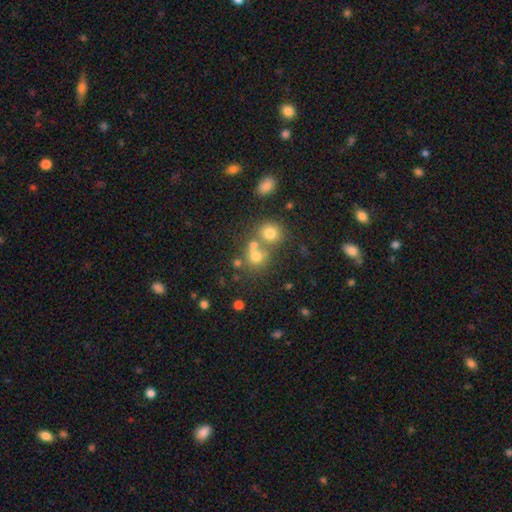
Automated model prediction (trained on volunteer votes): Q: Smooth or featured?
A: smooth (68%); runner-up: star or artifact (18%)
Q: How rounded?
A: round (79%); runner-up: in between (20%)
Q: Merging?
A: none (45%); runner-up: merger (41%)